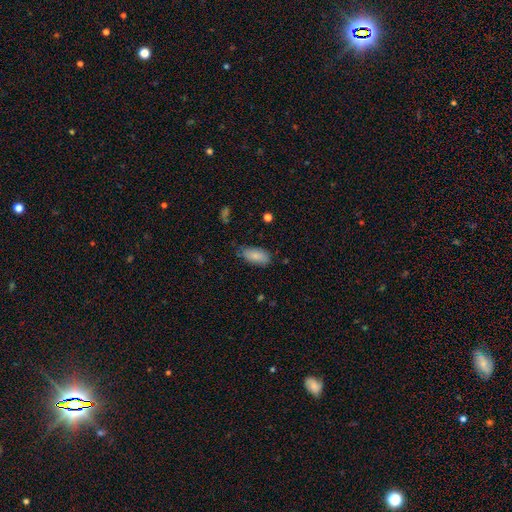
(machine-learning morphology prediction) Smooth or featured: smooth — 84% (featured or disk — 9%)
How rounded: in between — 91% (cigar-shaped — 7%)
Merging: none — 74% (minor disturbance — 21%)